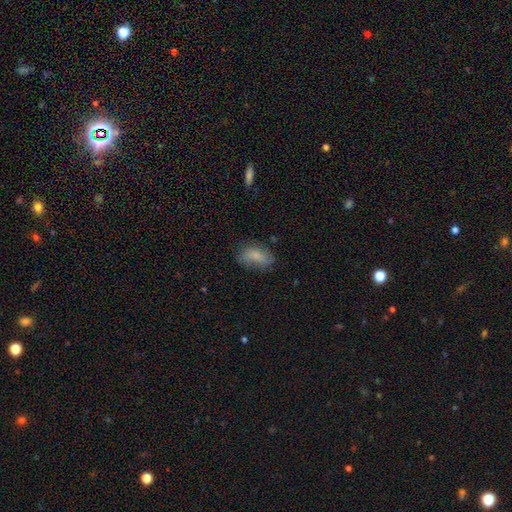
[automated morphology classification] This is likely a smooth galaxy (68%). How rounded: clearly in between (90%). Merging: likely none (61%).